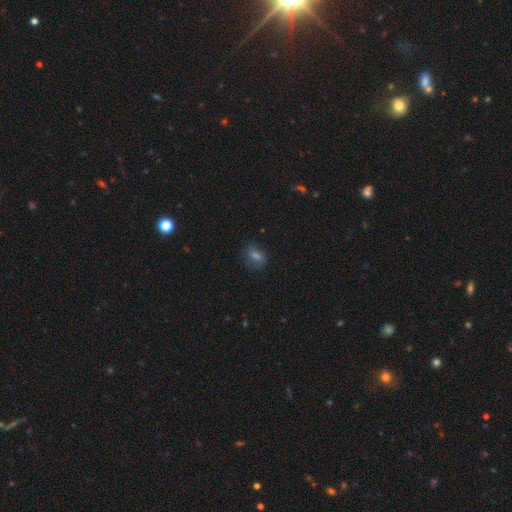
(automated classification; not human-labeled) Smooth or featured: smooth — 55% (featured or disk — 24%)
How rounded: in between — 59% (round — 38%)
Merging: none — 73% (minor disturbance — 18%)